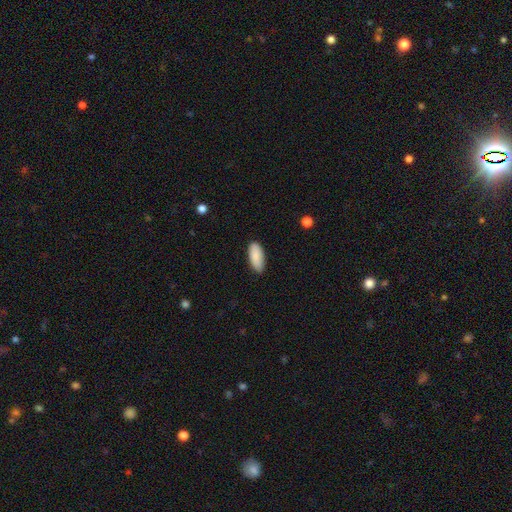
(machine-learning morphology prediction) This is clearly a smooth galaxy (89%). How rounded: clearly in between (85%). Merging: clearly none (86%).